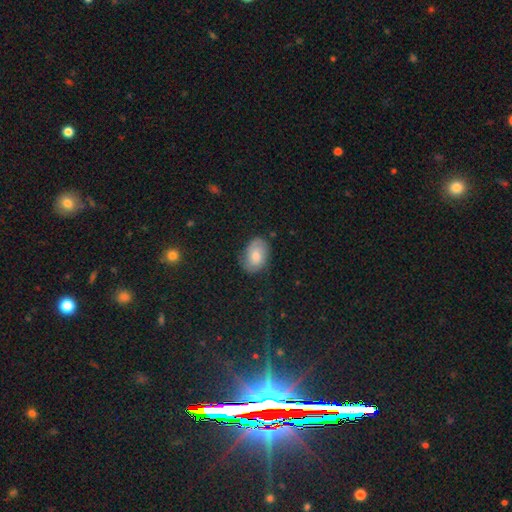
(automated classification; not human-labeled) This appears to be a smooth galaxy with no disk features (59%) that is in between round and cigar-shaped (80%). Merging: none (75%).